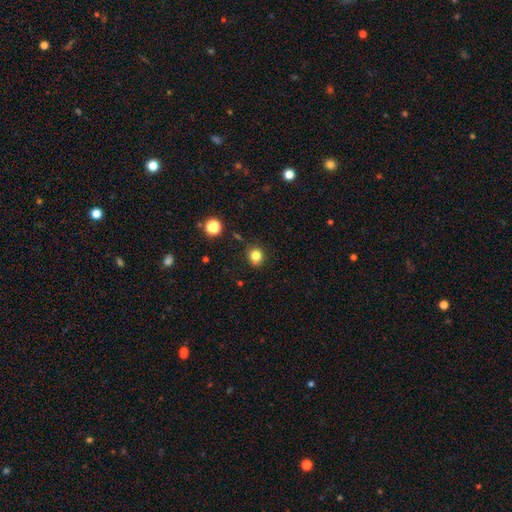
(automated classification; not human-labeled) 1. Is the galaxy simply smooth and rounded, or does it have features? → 82% smooth, 13% star or artifact, 5% featured or disk.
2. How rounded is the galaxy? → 82% round, 17% in between, 1% cigar-shaped.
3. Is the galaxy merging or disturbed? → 84% none, 11% minor disturbance, 3% major disturbance, 2% merger.